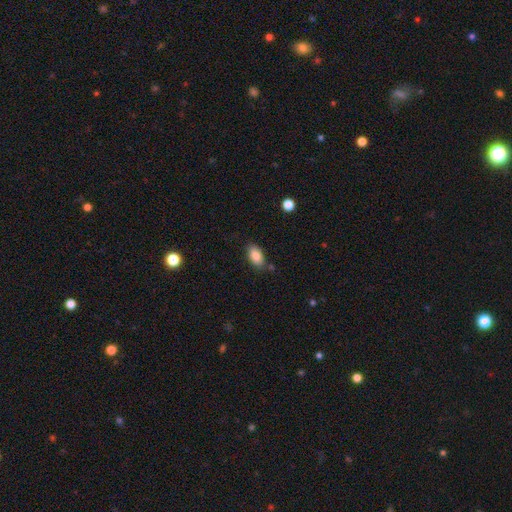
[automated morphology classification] Smooth or featured? Predicted: smooth (p=0.85). How rounded? Predicted: in between (p=0.92). Merging? Predicted: none (p=0.80).